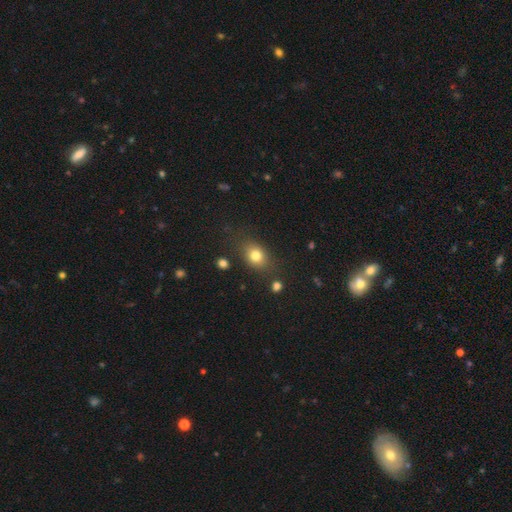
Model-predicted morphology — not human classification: Smooth or featured? Predicted: smooth (p=0.79). How rounded? Predicted: in between (p=0.60). Merging? Predicted: none (p=0.75).